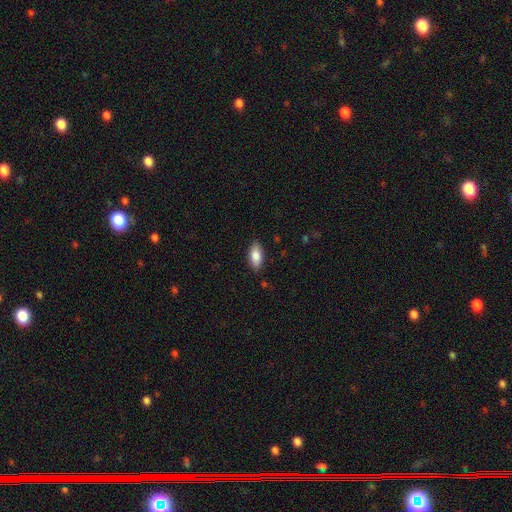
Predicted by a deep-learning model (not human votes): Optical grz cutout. It shows a smooth galaxy with no disk features (83%) that is in between round and cigar-shaped (88%). Merging: none (86%).